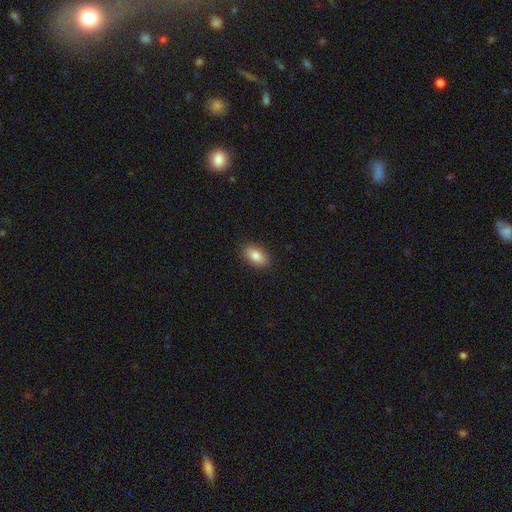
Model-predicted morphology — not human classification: smooth_or_featured: smooth (p=0.84) [alt: featured or disk p=0.09]
how_rounded: in between (p=0.91) [alt: round p=0.05]
merging: none (p=0.89) [alt: minor disturbance p=0.08]